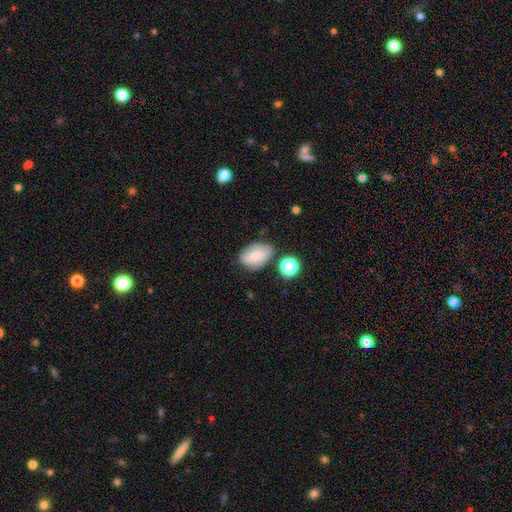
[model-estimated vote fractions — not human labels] A smooth galaxy with no disk features (61%) that is in between round and cigar-shaped (84%).

Vote fractions:
- Smooth or featured? smooth: 61% / featured or disk: 29% / star or artifact: 10%
- How rounded? in between: 84% / round: 14% / cigar-shaped: 2%
- Merging? none: 62% / minor disturbance: 23% / merger: 8% / major disturbance: 7%